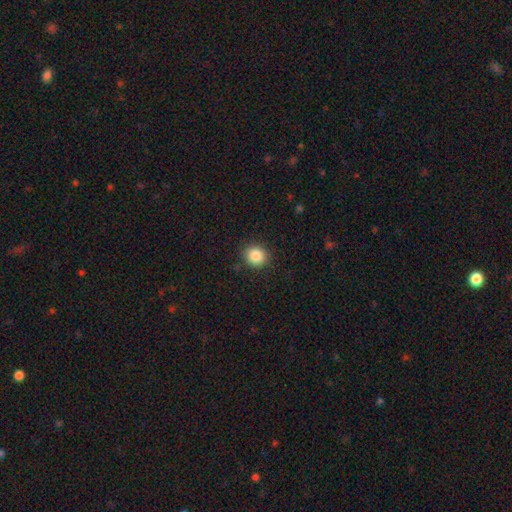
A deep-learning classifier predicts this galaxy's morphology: Smooth or featured? smooth (86%)
How rounded? round (83%)
Merging? none (88%)